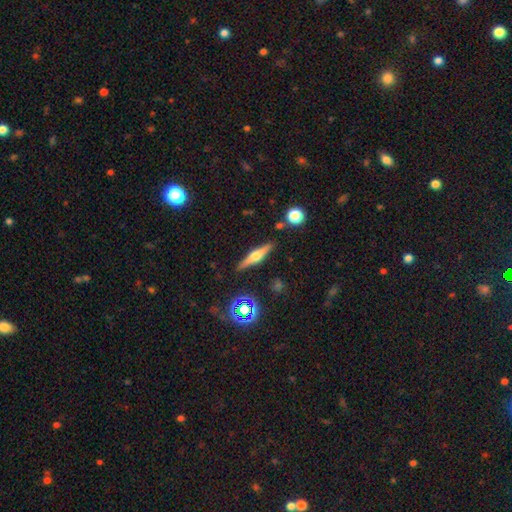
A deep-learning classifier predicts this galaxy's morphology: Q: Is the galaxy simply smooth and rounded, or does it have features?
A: featured or disk — 63%.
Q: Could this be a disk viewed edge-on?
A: yes — 96%.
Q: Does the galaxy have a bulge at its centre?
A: rounded — 92%.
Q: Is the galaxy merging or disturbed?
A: none — 86%.